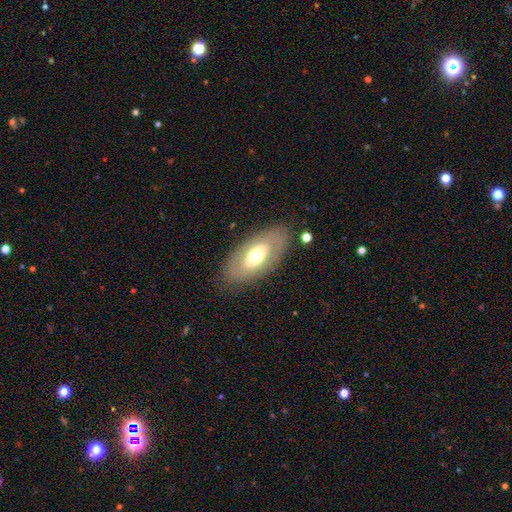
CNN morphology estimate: type=smooth (51%); roundness=in between (91%); merging=none (81%).